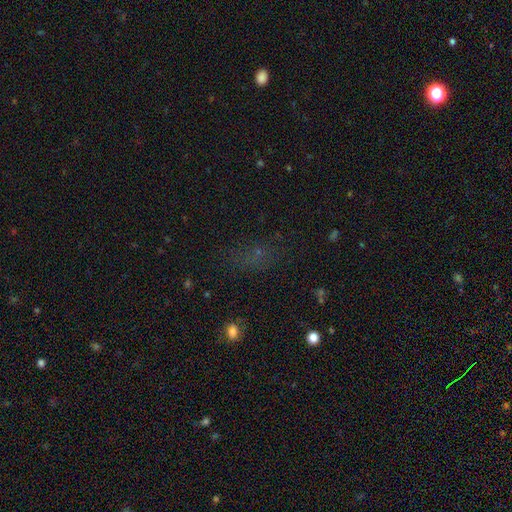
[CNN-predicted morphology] smooth_or_featured: smooth (p=0.45) [alt: star or artifact p=0.40]
merging: none (p=0.64) [alt: minor disturbance p=0.18]